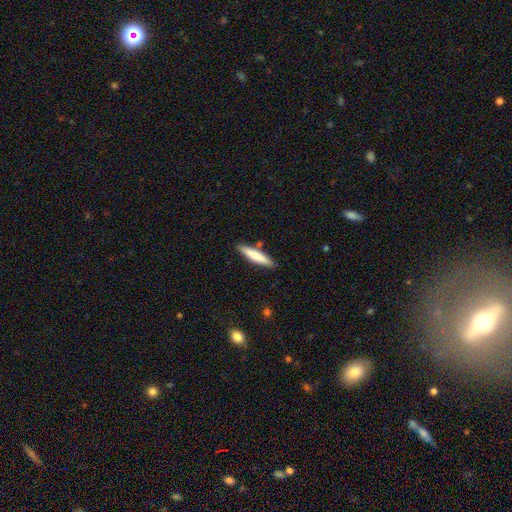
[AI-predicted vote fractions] smooth-or-featured: smooth: 75% | featured or disk: 20% | star or artifact: 5%
  how-rounded: cigar-shaped: 85% | in between: 14% | round: 1%
  merging: none: 86% | minor disturbance: 10% | merger: 2% | major disturbance: 2%